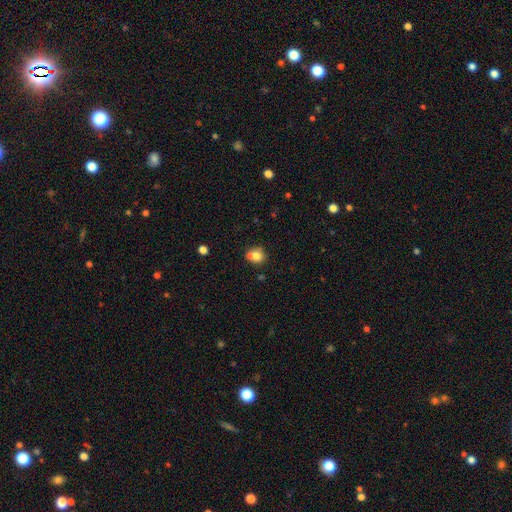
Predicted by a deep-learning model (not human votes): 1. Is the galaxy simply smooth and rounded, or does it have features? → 76% smooth, 13% featured or disk, 11% star or artifact.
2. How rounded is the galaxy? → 76% round, 23% in between, 1% cigar-shaped.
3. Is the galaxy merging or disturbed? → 54% none, 26% merger, 15% minor disturbance, 5% major disturbance.